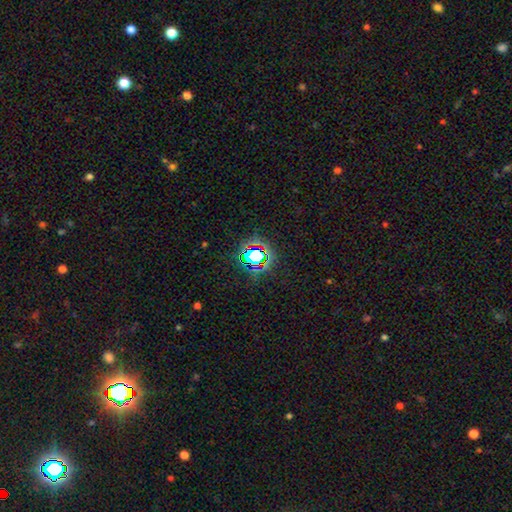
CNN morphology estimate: This is likely a star or artifact rather than a galaxy (68%).